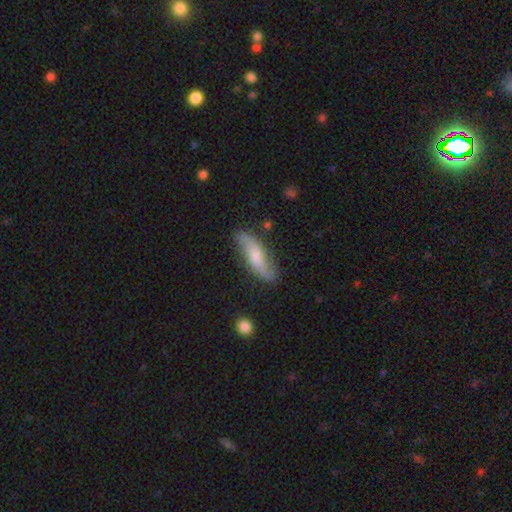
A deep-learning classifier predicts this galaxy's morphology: featured or disk 55%, smooth 38%, star or artifact 6%. Down the decision tree: edge-on disk — no (73%); merging — none (80%).